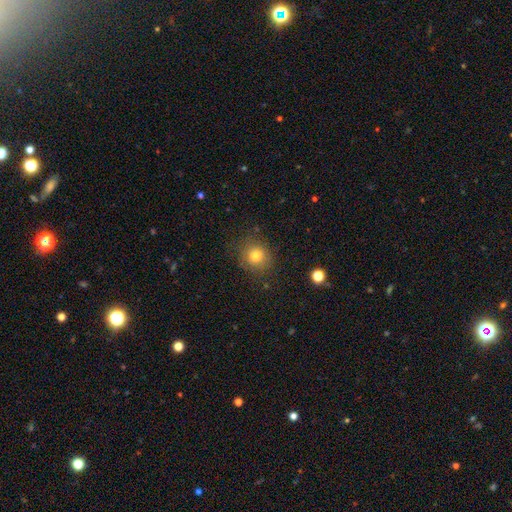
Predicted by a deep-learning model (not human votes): This is likely a smooth galaxy (78%). How rounded: clearly round (85%). Merging: clearly none (82%).